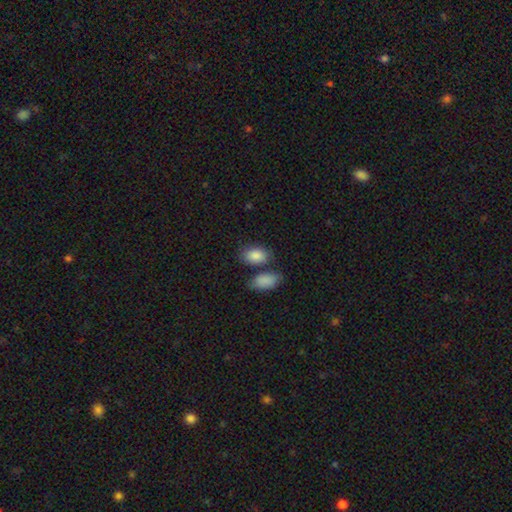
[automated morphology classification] Overall: smooth (88%). How rounded: in between (91%). Merging: none (60%).